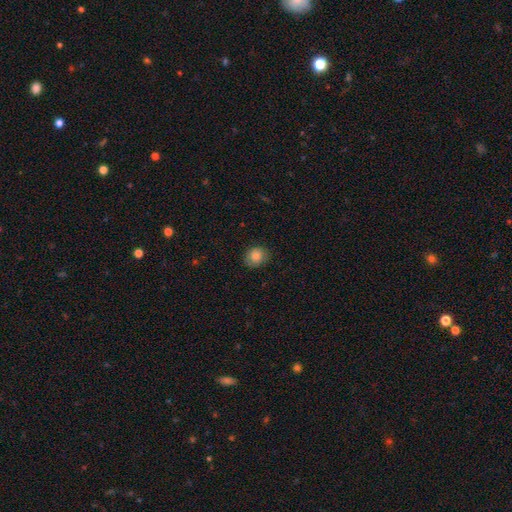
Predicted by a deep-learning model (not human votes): The model was most divided on "how rounded": round: 68%, in between: 31%, cigar-shaped: 1%. More confident: merging — none (84%); smooth or featured — smooth (82%).